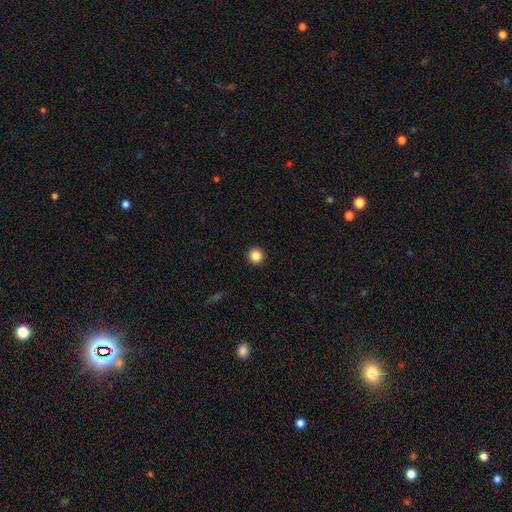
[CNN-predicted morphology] Overall: smooth (85%). How rounded: round (95%). Merging: none (93%).